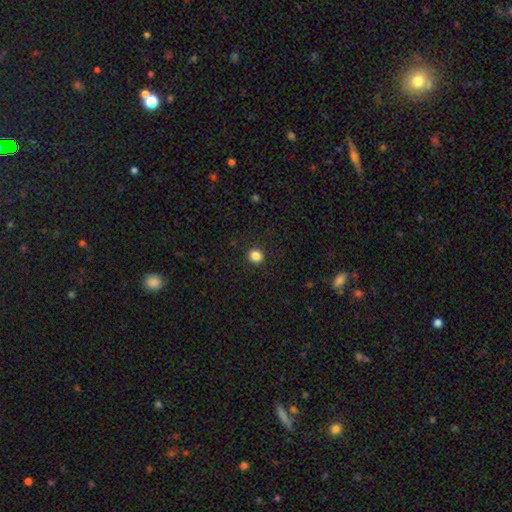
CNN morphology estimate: smooth-or-featured: smooth: 85% | star or artifact: 11% | featured or disk: 4%
  how-rounded: round: 85% | in between: 14% | cigar-shaped: 1%
  merging: none: 91% | minor disturbance: 6% | major disturbance: 2% | merger: 1%